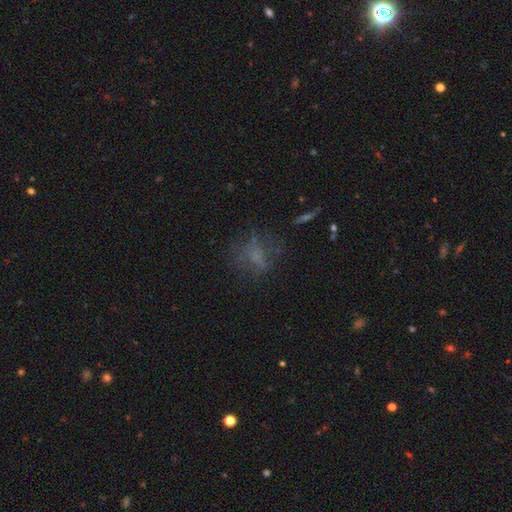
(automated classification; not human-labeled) The model was most divided on "smooth or featured": smooth: 46%, featured or disk: 30%, star or artifact: 23%. More confident: merging — none (55%).